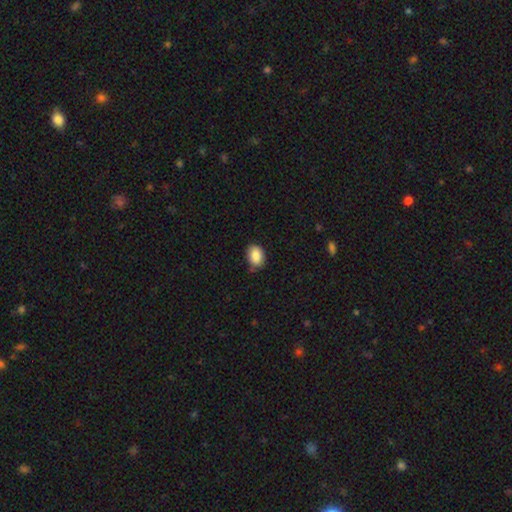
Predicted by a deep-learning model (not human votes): Smooth or featured: smooth — 87% (star or artifact — 8%)
How rounded: in between — 77% (round — 21%)
Merging: none — 76% (minor disturbance — 19%)